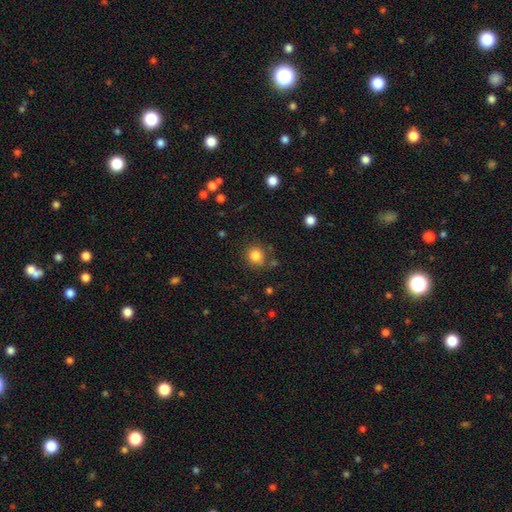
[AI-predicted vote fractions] Smooth or featured? smooth (83%)
How rounded? round (89%)
Merging? none (80%)